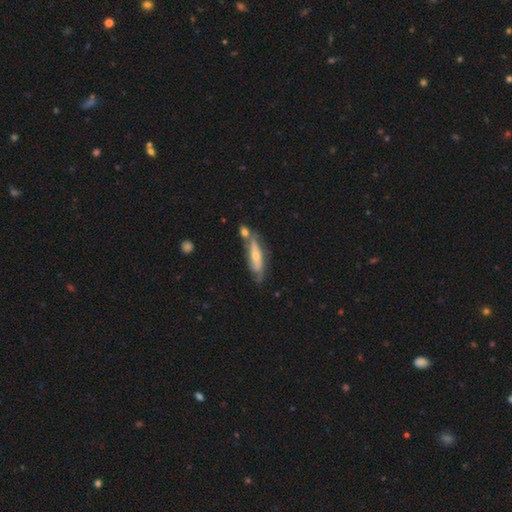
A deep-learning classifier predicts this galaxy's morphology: Smooth or featured? featured or disk (54%)
Edge-on disk? no (56%)
Merging? none (50%)